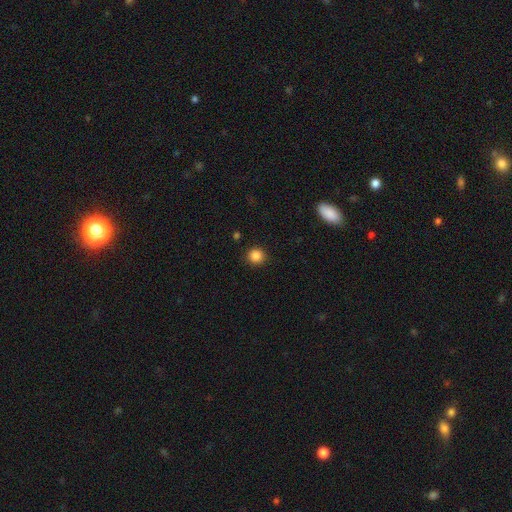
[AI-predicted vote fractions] This appears to be a smooth galaxy with no disk features (86%) that is round (91%). Merging: none (91%).